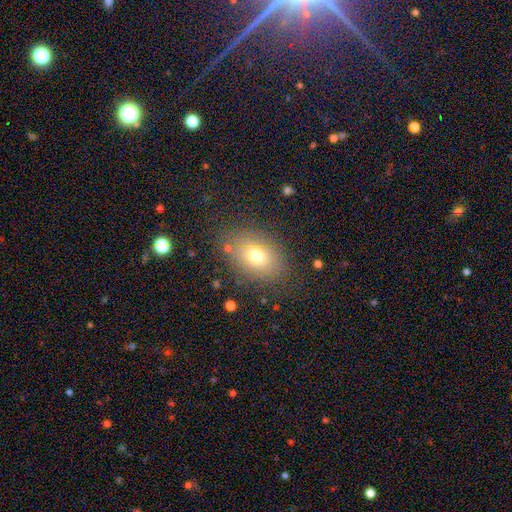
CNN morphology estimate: Smooth or featured: smooth — 68% (featured or disk — 17%)
How rounded: in between — 73% (round — 25%)
Merging: none — 80% (minor disturbance — 13%)